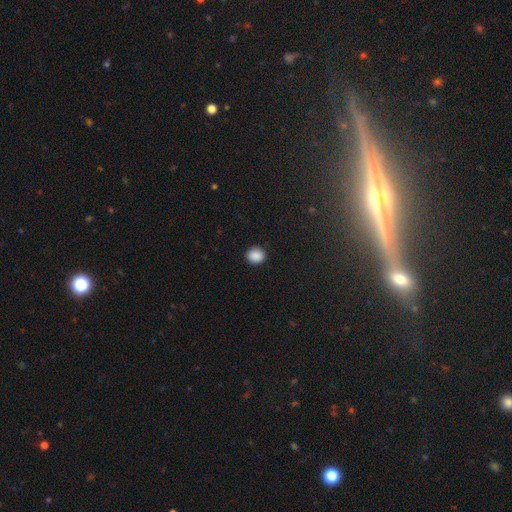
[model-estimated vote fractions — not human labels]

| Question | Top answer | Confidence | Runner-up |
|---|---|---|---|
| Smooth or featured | smooth | 89% | star or artifact (9%) |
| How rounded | round | 76% | in between (23%) |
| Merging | none | 90% | minor disturbance (7%) |